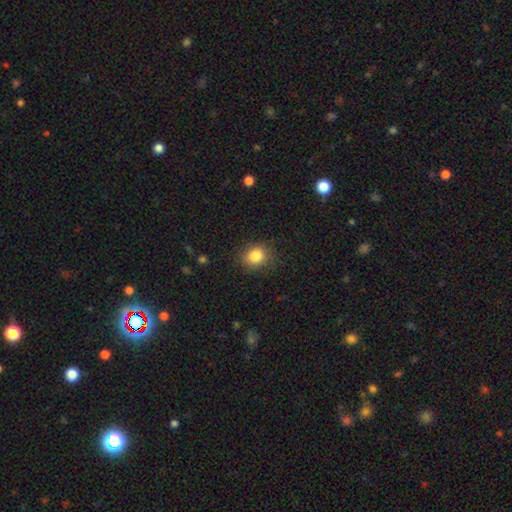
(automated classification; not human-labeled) This is clearly a smooth galaxy (84%). How rounded: likely round (69%). Merging: clearly none (83%).